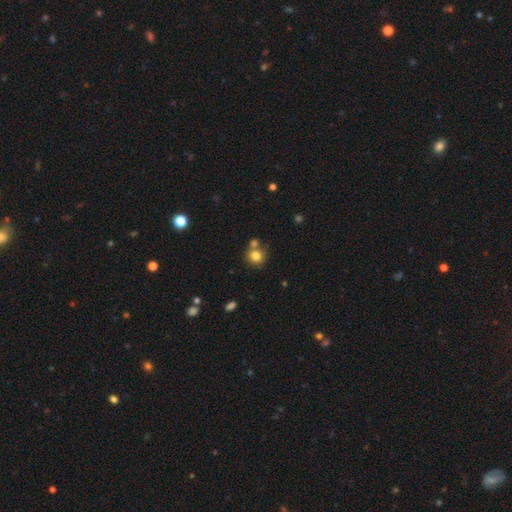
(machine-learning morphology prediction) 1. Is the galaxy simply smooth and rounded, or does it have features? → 80% smooth, 11% star or artifact, 9% featured or disk.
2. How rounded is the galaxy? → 86% round, 13% in between, 1% cigar-shaped.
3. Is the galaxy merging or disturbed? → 60% none, 26% merger, 10% minor disturbance, 3% major disturbance.